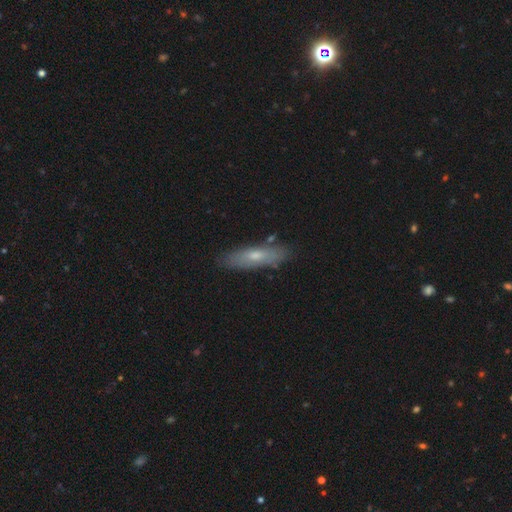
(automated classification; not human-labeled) A smooth galaxy with no disk features (55%) that is cigar-shaped (64%).

Vote fractions:
- Smooth or featured? smooth: 55% / featured or disk: 37% / star or artifact: 8%
- How rounded? cigar-shaped: 64% / in between: 33% / round: 2%
- Merging? none: 83% / minor disturbance: 13% / major disturbance: 2% / merger: 2%